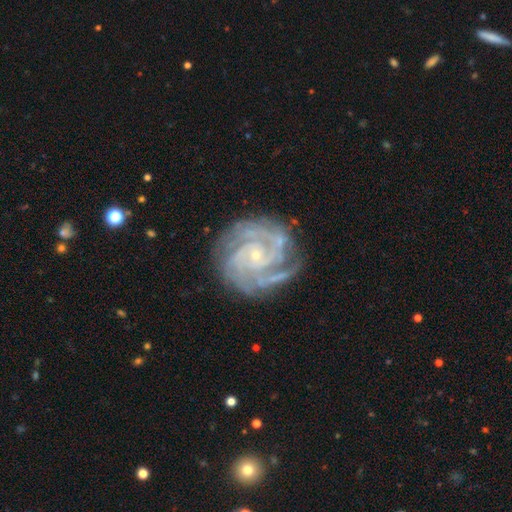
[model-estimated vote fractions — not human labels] The model was most divided on "spiral arm count": 3: 32%, 2: 21%, 4: 21%, can't tell: 13%, more than 4: 7%, 1: 6%. More confident: spiral arms — yes (98%); edge-on disk — no (98%); smooth or featured — featured or disk (90%); bulge size — small (86%); merging — none (76%); spiral winding — tight (71%); bar — no (70%).